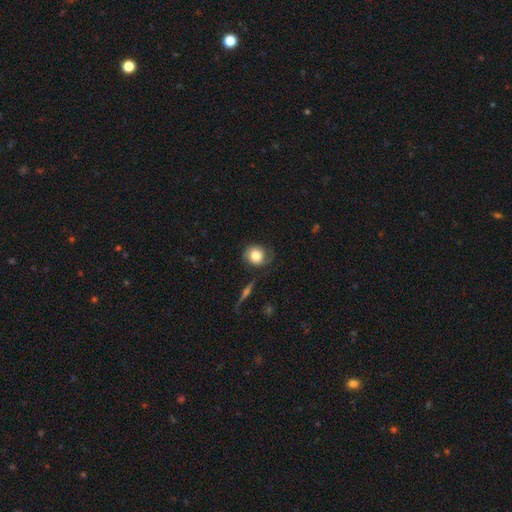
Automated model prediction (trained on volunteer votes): Morphology: type=smooth (66%); roundness=round (81%); merging=none (66%).